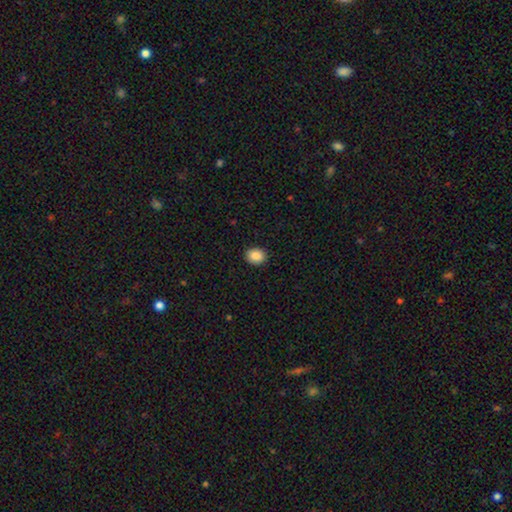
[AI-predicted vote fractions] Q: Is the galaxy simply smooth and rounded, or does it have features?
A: smooth — 88%.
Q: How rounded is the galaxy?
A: round — 52%.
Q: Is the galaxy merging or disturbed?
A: none — 90%.